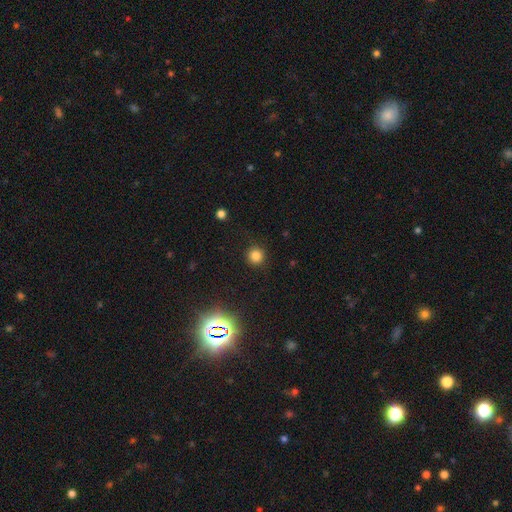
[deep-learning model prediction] This is likely a smooth galaxy (79%). How rounded: clearly round (94%). Merging: clearly none (89%).